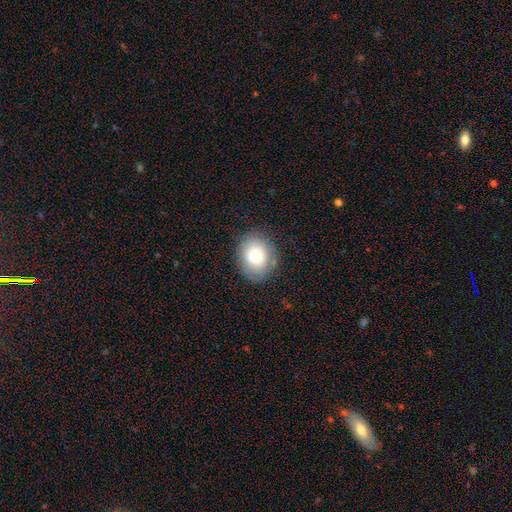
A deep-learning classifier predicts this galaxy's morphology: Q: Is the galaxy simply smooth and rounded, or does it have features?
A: smooth — 76%.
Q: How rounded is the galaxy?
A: round — 57%.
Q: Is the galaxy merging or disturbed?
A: none — 81%.